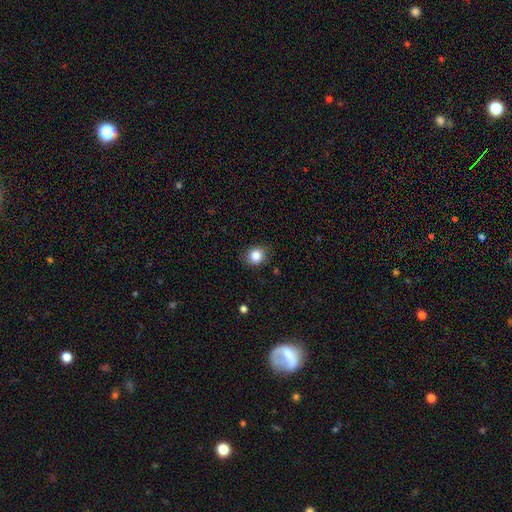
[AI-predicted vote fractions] smooth_or_featured: smooth (p=0.85) [alt: star or artifact p=0.10]
how_rounded: round (p=0.80) [alt: in between p=0.19]
merging: none (p=0.84) [alt: minor disturbance p=0.12]